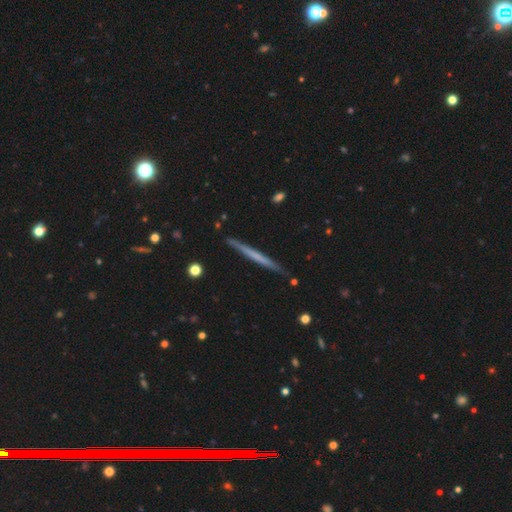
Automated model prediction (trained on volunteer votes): smooth-or-featured: featured or disk: 49% | smooth: 46% | star or artifact: 5%
  merging: none: 90% | minor disturbance: 8% | merger: 1% | major disturbance: 1%